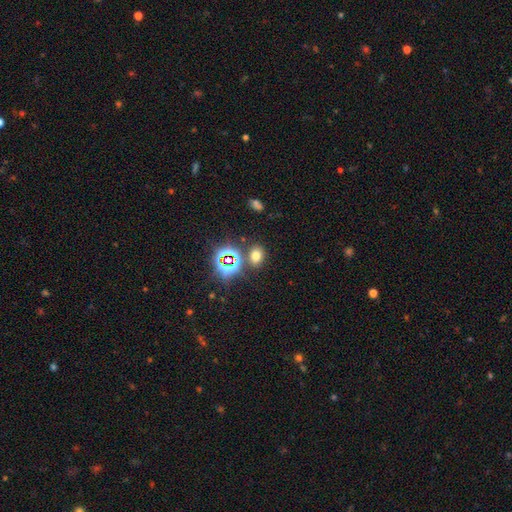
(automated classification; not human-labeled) smooth_or_featured: smooth (p=0.63) [alt: star or artifact p=0.29]
how_rounded: in between (p=0.62) [alt: round p=0.37]
merging: none (p=0.78) [alt: minor disturbance p=0.10]